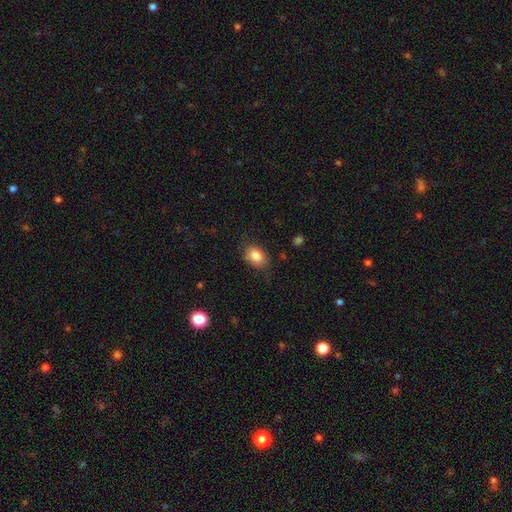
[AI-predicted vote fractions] This is clearly a smooth galaxy (84%). How rounded: clearly in between (80%). Merging: likely none (76%).